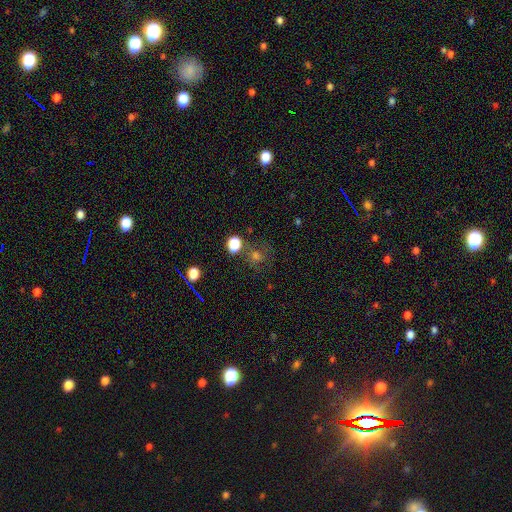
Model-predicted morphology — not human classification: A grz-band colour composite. It shows a smooth galaxy with no disk features (54%) that is round (82%). Merging: none (66%).